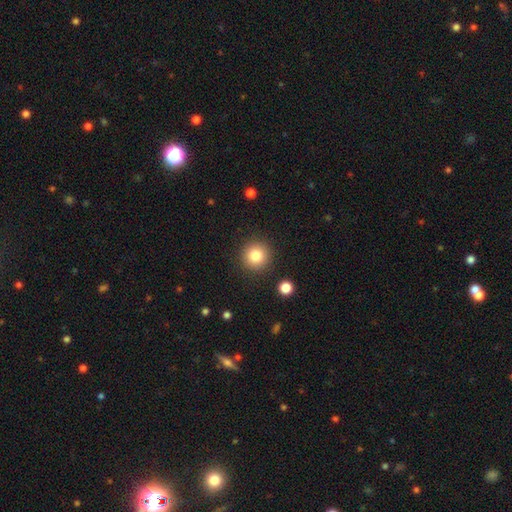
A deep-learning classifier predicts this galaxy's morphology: Q: Smooth or featured?
A: smooth (82%); runner-up: star or artifact (11%)
Q: How rounded?
A: round (94%); runner-up: in between (5%)
Q: Merging?
A: none (90%); runner-up: minor disturbance (6%)